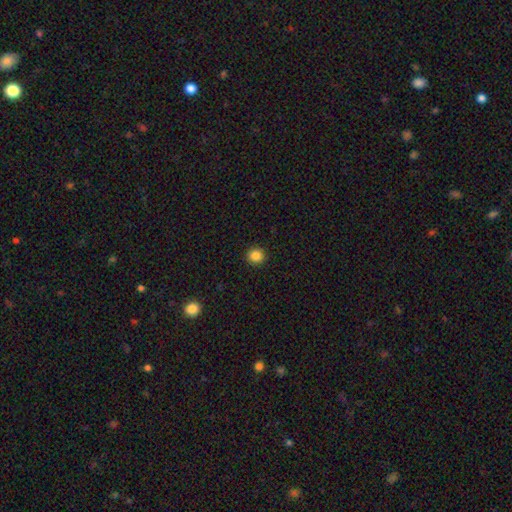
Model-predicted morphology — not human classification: This appears to be a smooth galaxy with no disk features (85%) that is round (91%). Merging: none (93%).